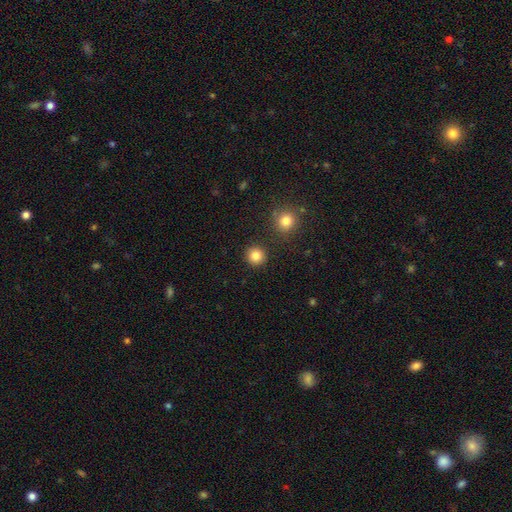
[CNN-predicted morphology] A smooth galaxy with no disk features (84%) that is round (95%). Merging: none (91%).